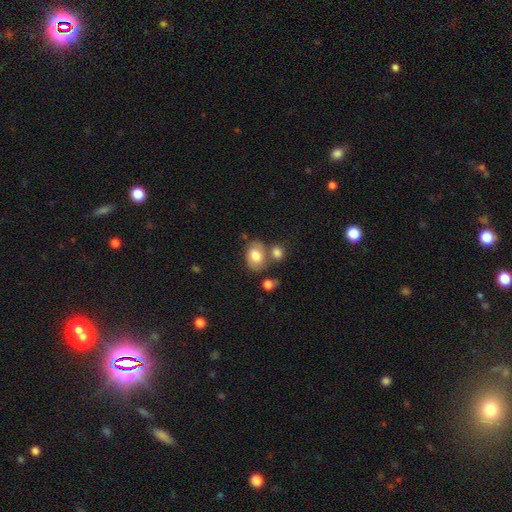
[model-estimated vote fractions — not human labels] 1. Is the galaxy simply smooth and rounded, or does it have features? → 74% smooth, 18% featured or disk, 8% star or artifact.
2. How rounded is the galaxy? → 76% in between, 23% round, 1% cigar-shaped.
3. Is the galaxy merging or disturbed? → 55% none, 23% merger, 16% minor disturbance, 6% major disturbance.